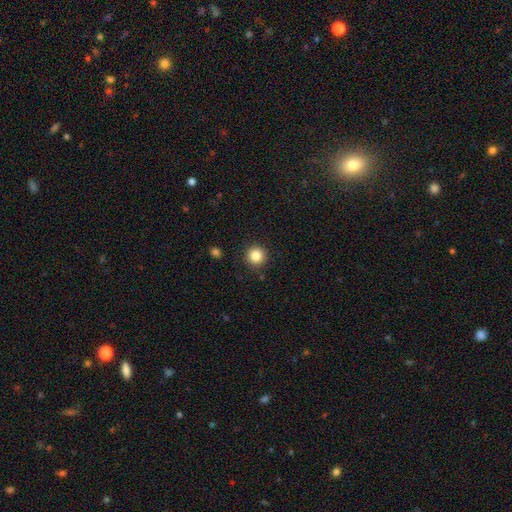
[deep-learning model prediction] Smooth or featured? smooth (85%)
How rounded? round (95%)
Merging? none (91%)